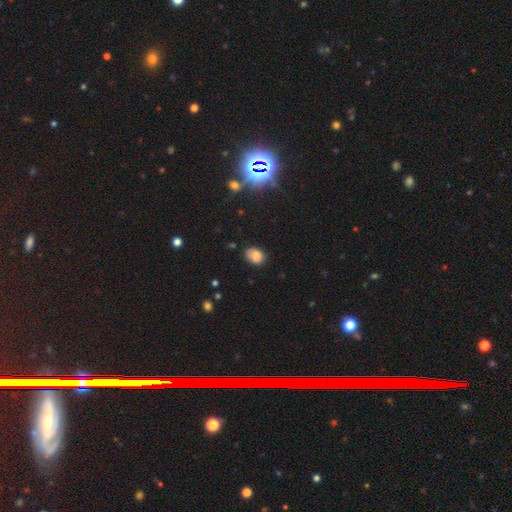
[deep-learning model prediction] Smooth or featured: smooth — 78% (star or artifact — 11%)
How rounded: in between — 68% (round — 31%)
Merging: none — 65% (minor disturbance — 27%)